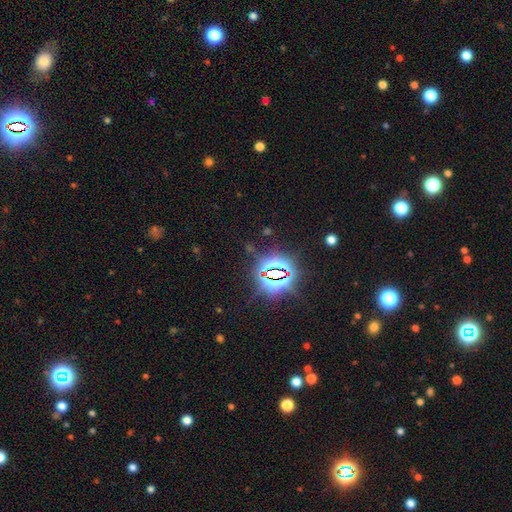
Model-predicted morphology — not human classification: Smooth or featured: star or artifact — 82% (smooth — 11%)